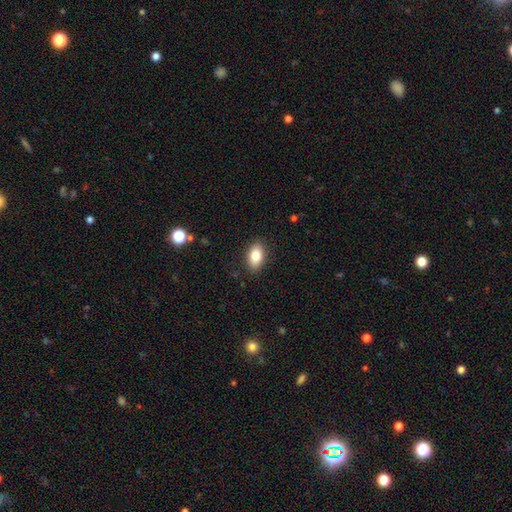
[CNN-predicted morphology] Smooth or featured? smooth (83%)
How rounded? in between (91%)
Merging? none (87%)